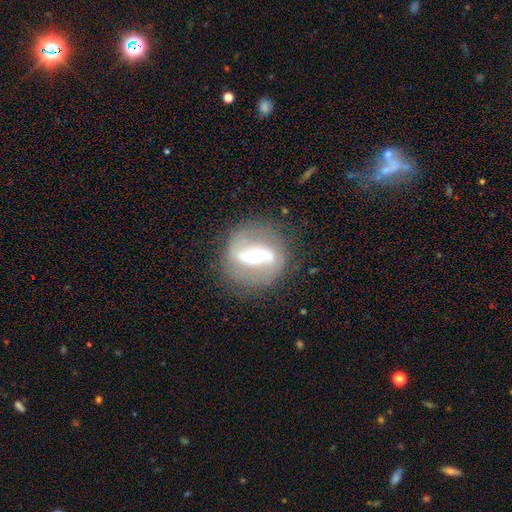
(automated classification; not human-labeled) A featured or disk galaxy (82%) with a strong bar (61%), 2 (88%) loose (43%) spiral arms (80%) and a moderate central bulge (56%). Merging: none (80%).